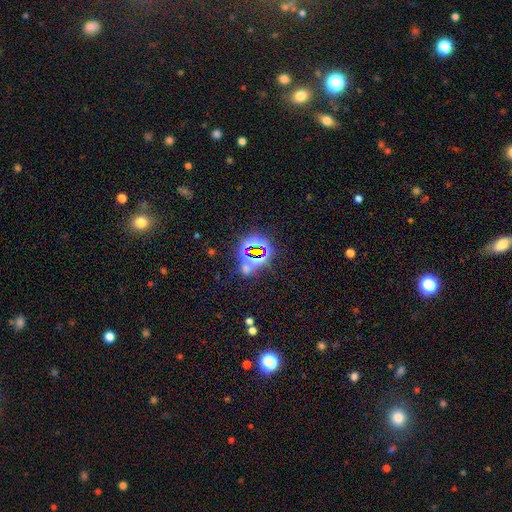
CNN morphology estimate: A star or artifact, not a galaxy (76%).